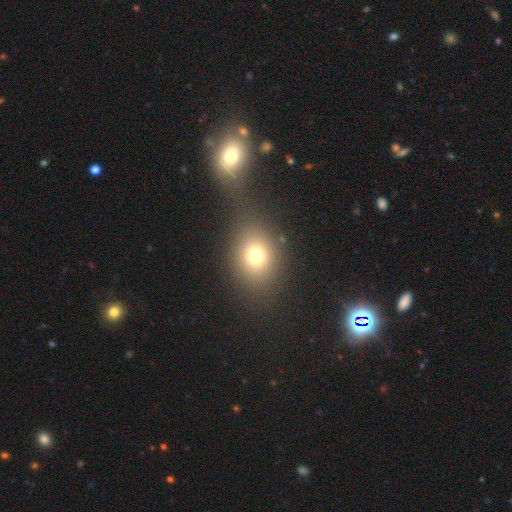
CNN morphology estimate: This is likely a smooth galaxy (75%). How rounded: possibly round (55%). Merging: possibly none (57%).